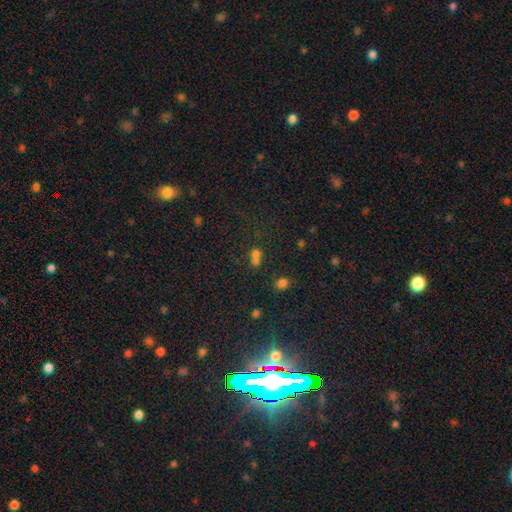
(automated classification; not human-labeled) Smooth or featured: smooth — 64% (star or artifact — 24%)
How rounded: round — 66% (in between — 32%)
Merging: merger — 55% (none — 32%)